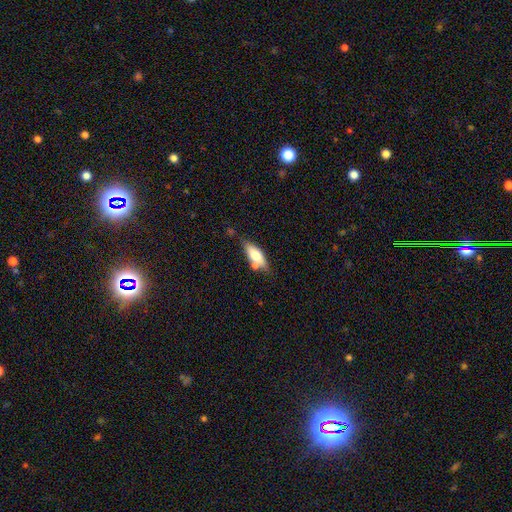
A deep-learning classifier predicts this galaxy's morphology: smooth 62%, featured or disk 31%, star or artifact 7%. Down the decision tree: how rounded — in between (66%); merging — none (62%).